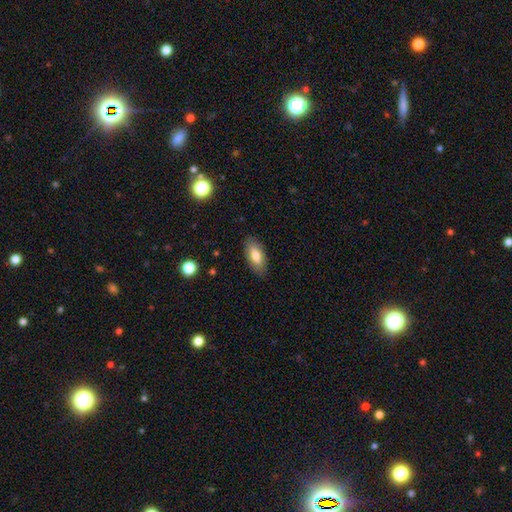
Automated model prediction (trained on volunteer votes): Smooth or featured? smooth (75%)
How rounded? in between (86%)
Merging? none (85%)